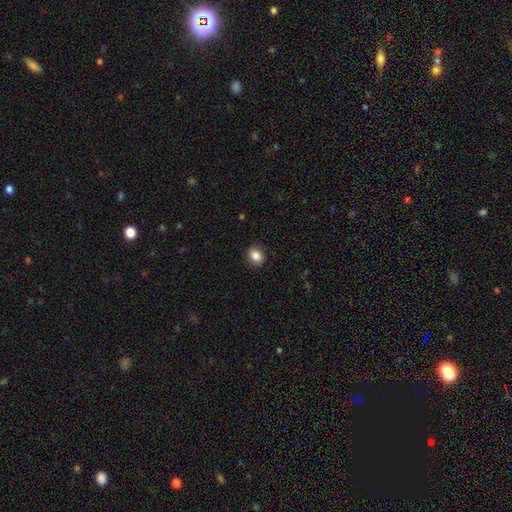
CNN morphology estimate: Smooth or featured?
  - smooth: 86% *
  - star or artifact: 9%
  - featured or disk: 5%
How rounded?
  - round: 52% *
  - in between: 47%
  - cigar-shaped: 1%
Merging?
  - none: 90% *
  - minor disturbance: 7%
  - major disturbance: 2%
  - merger: 1%